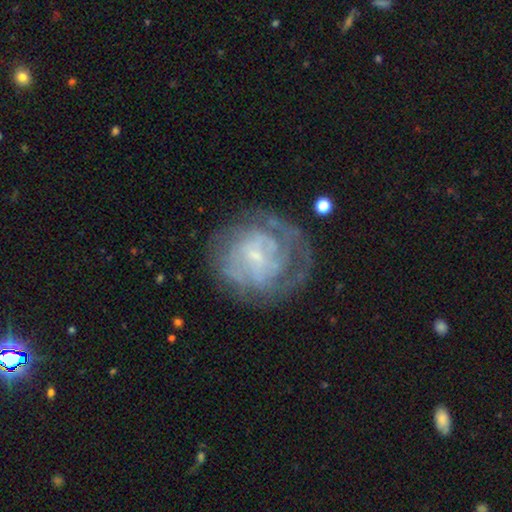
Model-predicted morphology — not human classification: This appears to be a featured or disk galaxy (71%) with no bar (59%), spiral arms (68%) and a small central bulge (67%). Merging: none (62%).